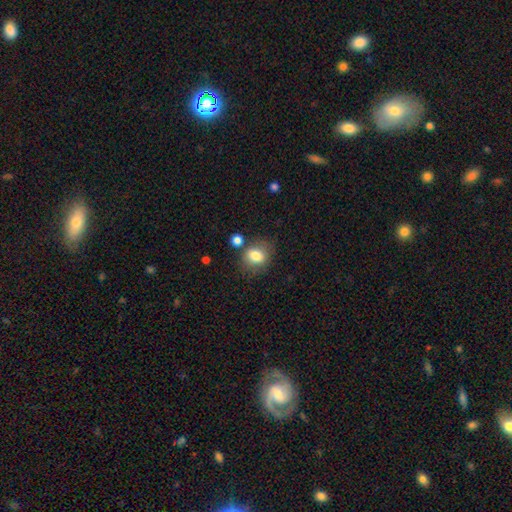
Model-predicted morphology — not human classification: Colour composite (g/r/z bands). It shows a smooth galaxy with no disk features (80%) that is round (51%). Merging: none (68%).